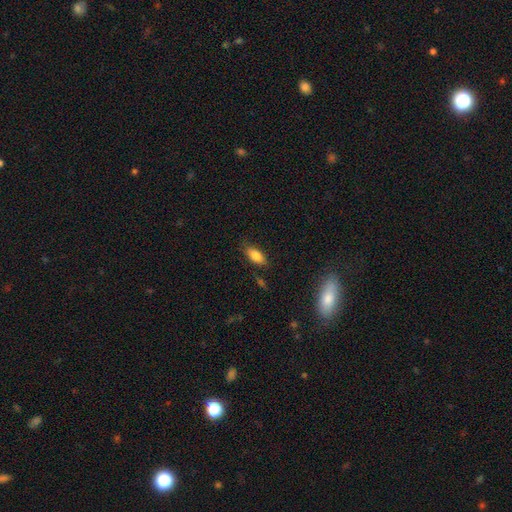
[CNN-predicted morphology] This appears to be a smooth galaxy with no disk features (83%) that is in between round and cigar-shaped (86%). Merging: none (79%).